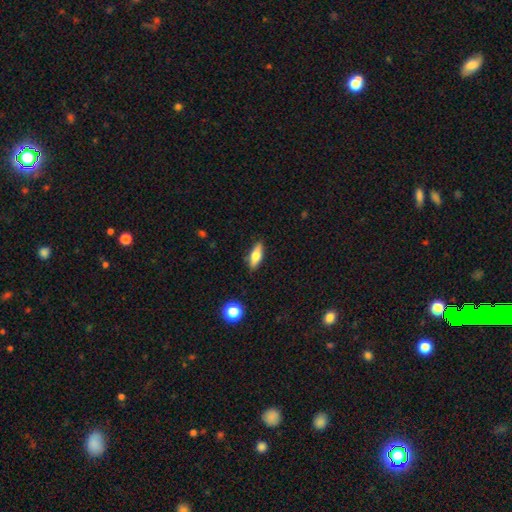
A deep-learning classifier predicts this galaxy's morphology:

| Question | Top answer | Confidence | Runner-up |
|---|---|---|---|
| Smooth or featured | smooth | 67% | featured or disk (26%) |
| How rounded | in between | 62% | cigar-shaped (35%) |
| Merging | none | 87% | minor disturbance (10%) |